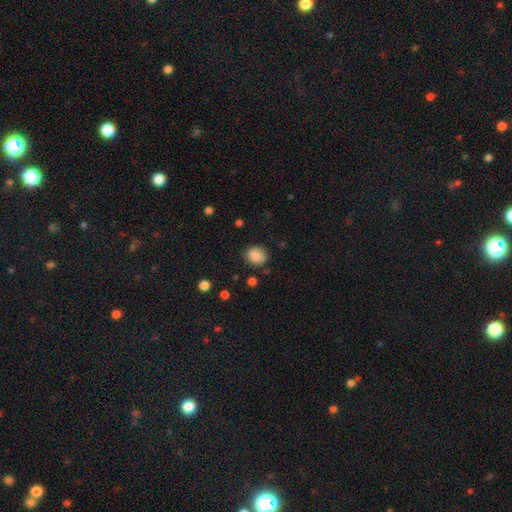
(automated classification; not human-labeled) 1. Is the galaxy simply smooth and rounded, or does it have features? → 86% smooth, 9% star or artifact, 5% featured or disk.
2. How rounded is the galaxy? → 64% round, 35% in between, 1% cigar-shaped.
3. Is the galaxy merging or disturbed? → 77% none, 17% minor disturbance, 4% major disturbance, 2% merger.